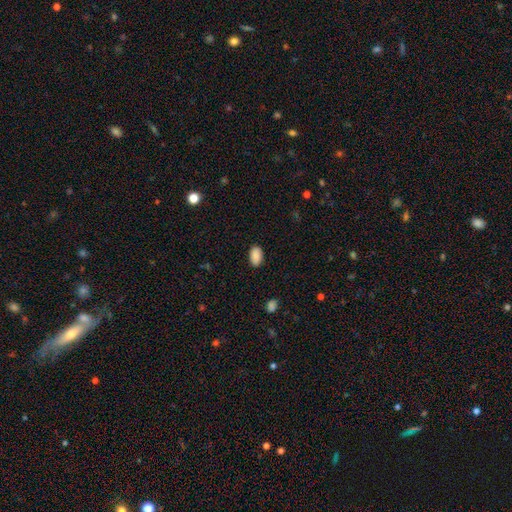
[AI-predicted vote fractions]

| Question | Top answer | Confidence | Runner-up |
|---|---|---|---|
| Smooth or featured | smooth | 89% | star or artifact (7%) |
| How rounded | in between | 93% | round (6%) |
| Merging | none | 86% | minor disturbance (10%) |